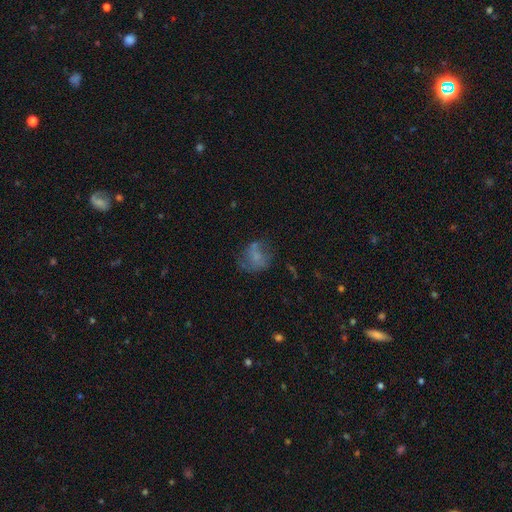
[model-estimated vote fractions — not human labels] This appears to be a smooth galaxy with no disk features (55%) that is round (61%). Merging: none (48%).